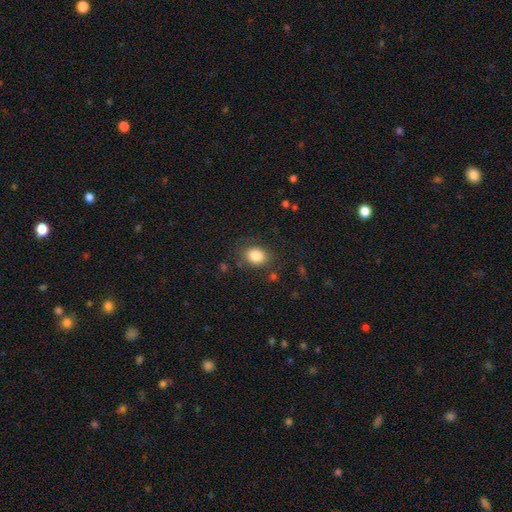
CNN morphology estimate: Overall: smooth (84%). How rounded: in between (61%; round 38%). Merging: none (79%).